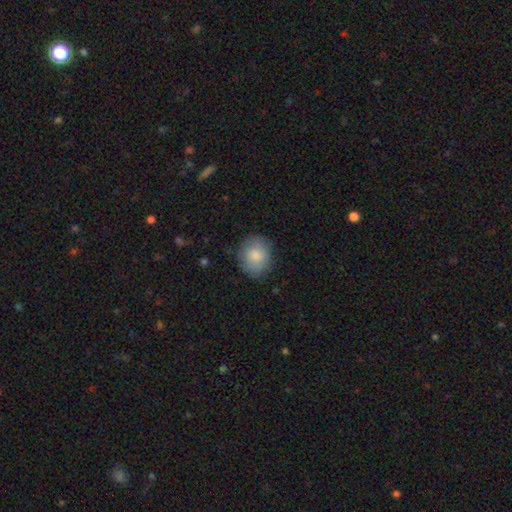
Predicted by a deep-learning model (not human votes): Smooth or featured: smooth — 82% (featured or disk — 12%)
How rounded: round — 67% (in between — 32%)
Merging: none — 81% (minor disturbance — 14%)